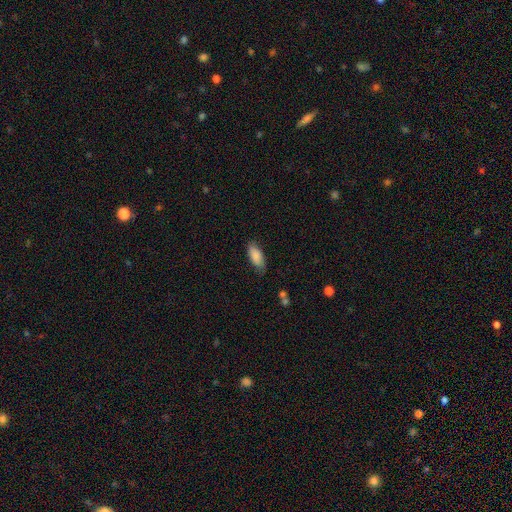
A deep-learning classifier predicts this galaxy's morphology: A smooth galaxy with no disk features (85%) that is in between round and cigar-shaped (85%).

Vote fractions:
- Smooth or featured? smooth: 85% / featured or disk: 8% / star or artifact: 6%
- How rounded? in between: 85% / cigar-shaped: 13% / round: 2%
- Merging? none: 74% / minor disturbance: 20% / major disturbance: 4% / merger: 2%